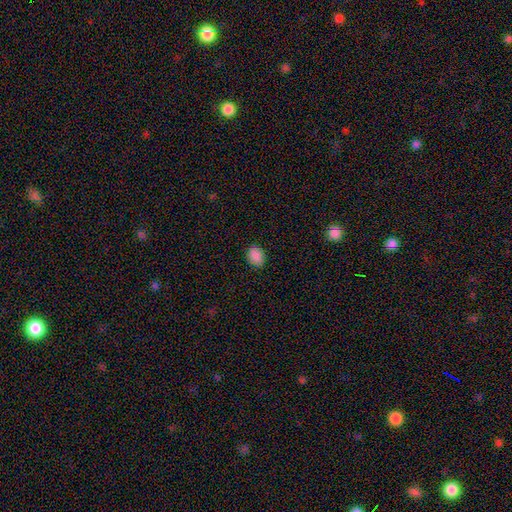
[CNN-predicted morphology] This appears to be a smooth galaxy with no disk features (89%) that is in between round and cigar-shaped (72%). Merging: none (87%).